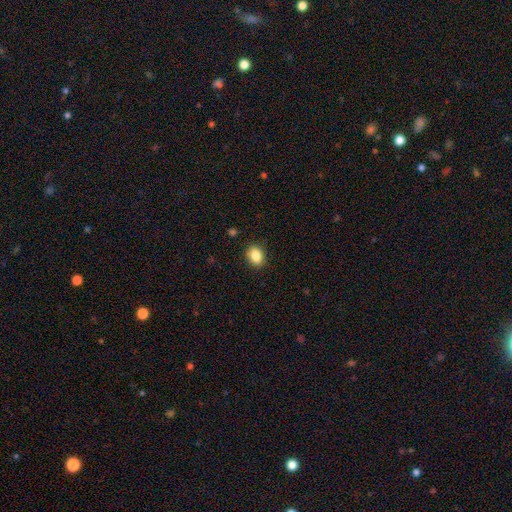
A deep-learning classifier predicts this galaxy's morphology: A smooth galaxy with no disk features (86%) that is in between round and cigar-shaped (71%).

Vote fractions:
- Smooth or featured? smooth: 86% / star or artifact: 9% / featured or disk: 5%
- How rounded? in between: 71% / round: 28% / cigar-shaped: 1%
- Merging? none: 88% / minor disturbance: 9% / major disturbance: 2% / merger: 1%